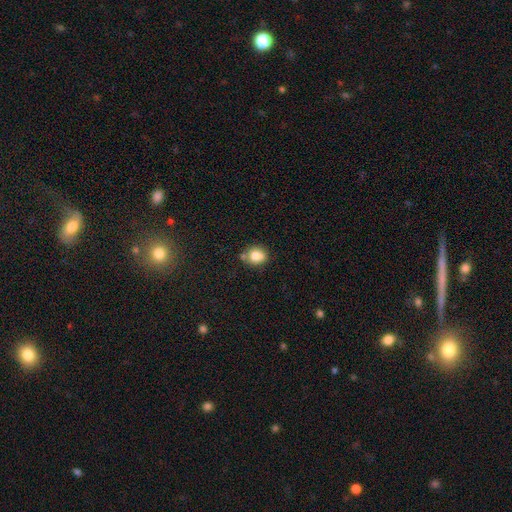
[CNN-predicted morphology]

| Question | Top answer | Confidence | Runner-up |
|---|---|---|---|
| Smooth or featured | smooth | 80% | star or artifact (10%) |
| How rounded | round | 68% | in between (31%) |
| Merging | none | 63% | minor disturbance (17%) |